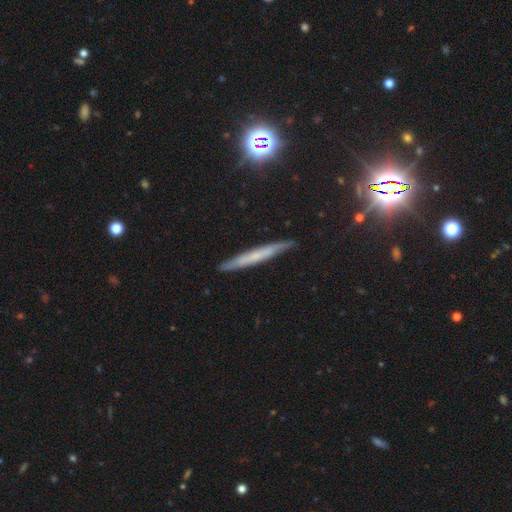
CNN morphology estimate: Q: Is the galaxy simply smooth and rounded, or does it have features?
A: featured or disk — 48%.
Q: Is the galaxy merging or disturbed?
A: none — 85%.